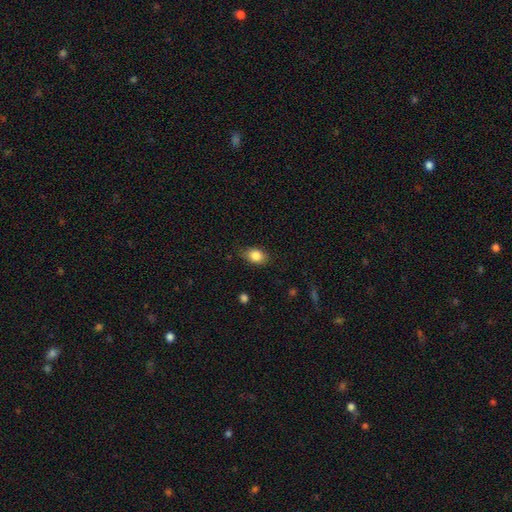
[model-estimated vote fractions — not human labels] smooth-or-featured: smooth: 85% | star or artifact: 8% | featured or disk: 7%
  how-rounded: in between: 78% | round: 20% | cigar-shaped: 2%
  merging: none: 78% | minor disturbance: 17% | major disturbance: 3% | merger: 1%